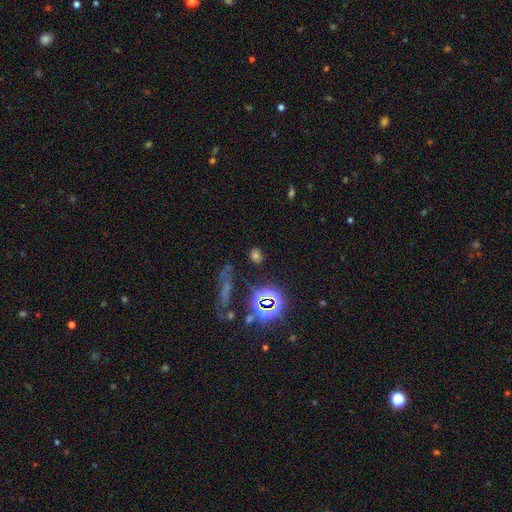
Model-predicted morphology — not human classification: Smooth or featured? smooth (54%)
How rounded? in between (49%, tied with round)
Merging? none (80%)